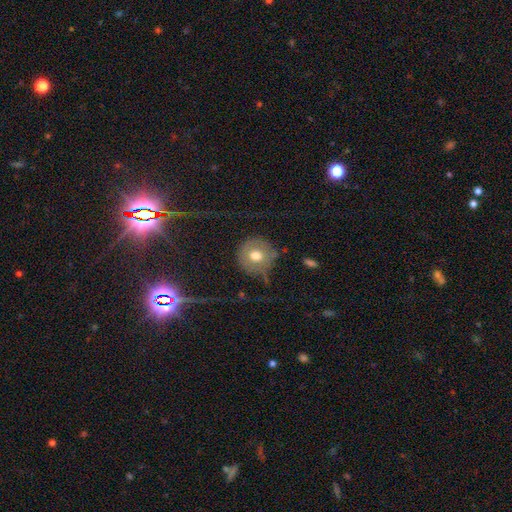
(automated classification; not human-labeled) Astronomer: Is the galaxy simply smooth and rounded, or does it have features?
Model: smooth — 67%.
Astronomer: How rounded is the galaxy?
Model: round — 93%.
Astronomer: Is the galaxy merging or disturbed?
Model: none — 65%.